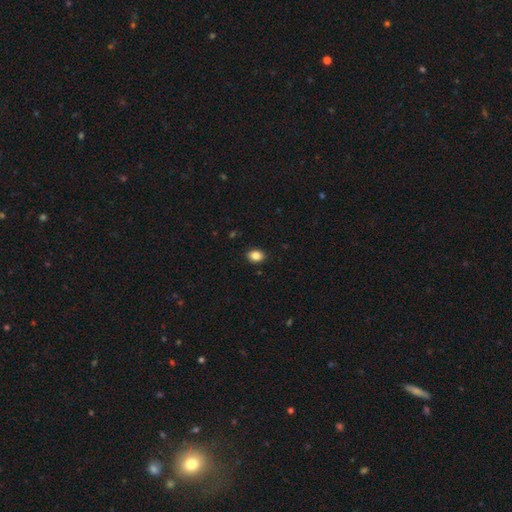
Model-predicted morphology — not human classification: type=smooth (86%); roundness=in between (70%); merging=none (90%).